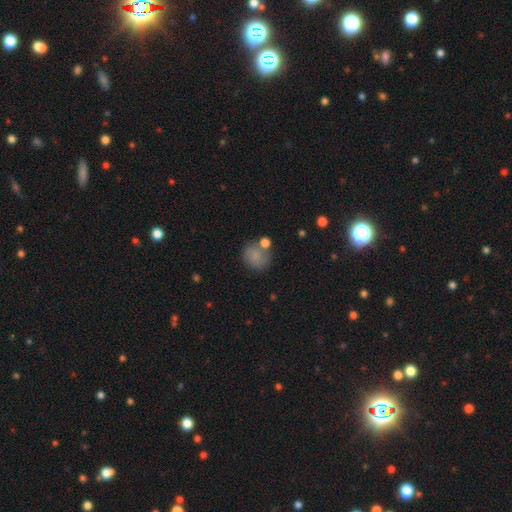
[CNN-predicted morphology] The model was most divided on "merging": none: 58%, minor disturbance: 18%, merger: 16%, major disturbance: 8%. More confident: how rounded — round (79%); smooth or featured — smooth (73%).